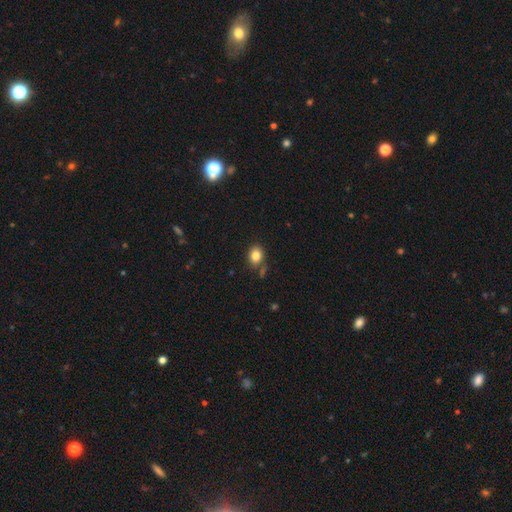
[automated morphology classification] smooth_or_featured: smooth (p=0.82) [alt: star or artifact p=0.11]
how_rounded: in between (p=0.53) [alt: round p=0.46]
merging: none (p=0.77) [alt: minor disturbance p=0.13]